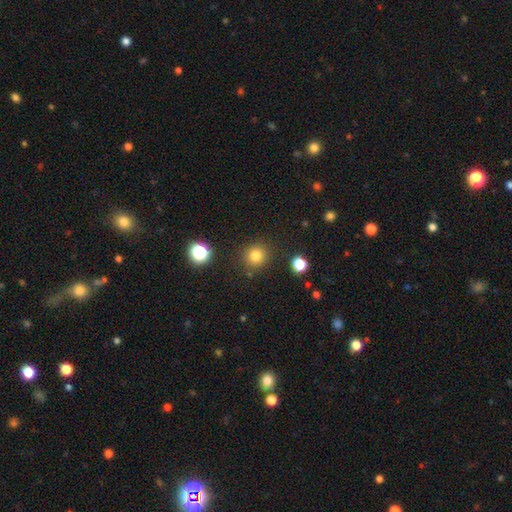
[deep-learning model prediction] Morphology: type=smooth (80%); roundness=round (91%); merging=none (86%).